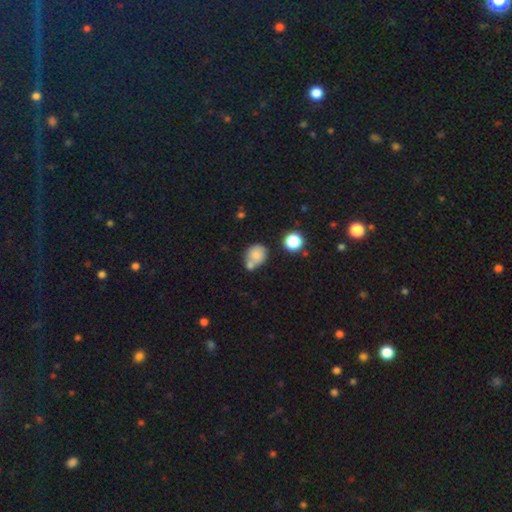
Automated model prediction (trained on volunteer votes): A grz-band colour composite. It shows a smooth galaxy with no disk features (76%) that is round (69%). Merging: none (44%).